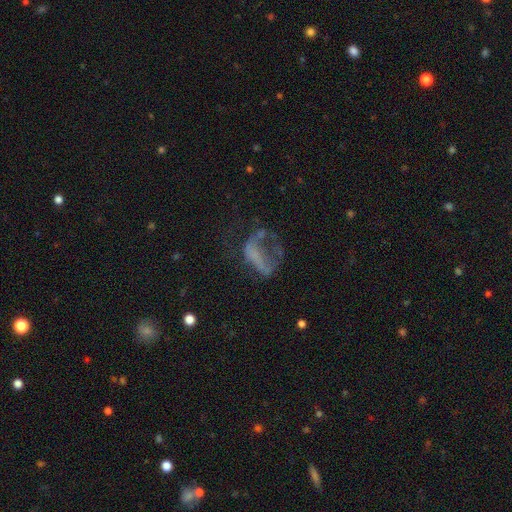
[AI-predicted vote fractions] The model was most divided on "smooth or featured": featured or disk: 51%, smooth: 30%, star or artifact: 19%. More confident: edge-on disk — no (95%); merging — major disturbance (51%).